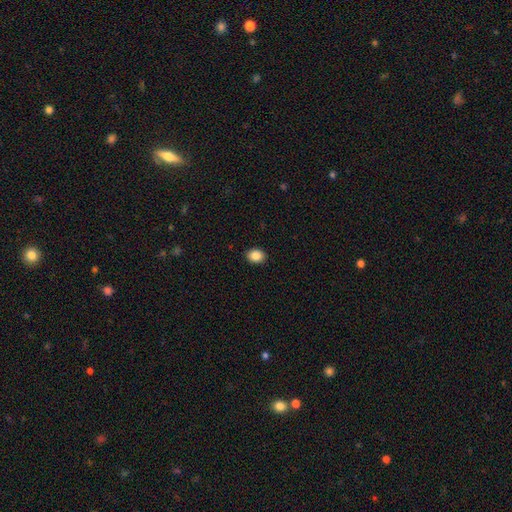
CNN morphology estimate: A smooth galaxy with no disk features (87%) that is in between round and cigar-shaped (54%).

Vote fractions:
- Smooth or featured? smooth: 87% / star or artifact: 9% / featured or disk: 4%
- How rounded? in between: 54% / round: 45% / cigar-shaped: 1%
- Merging? none: 91% / minor disturbance: 7% / major disturbance: 2% / merger: 1%